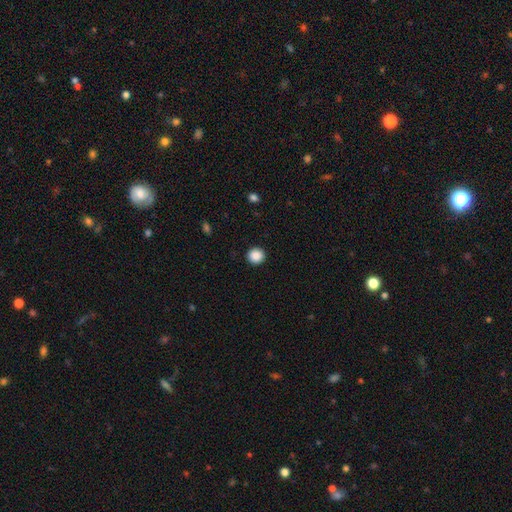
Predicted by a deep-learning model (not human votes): Smooth or featured? smooth (89%)
How rounded? round (91%)
Merging? none (92%)